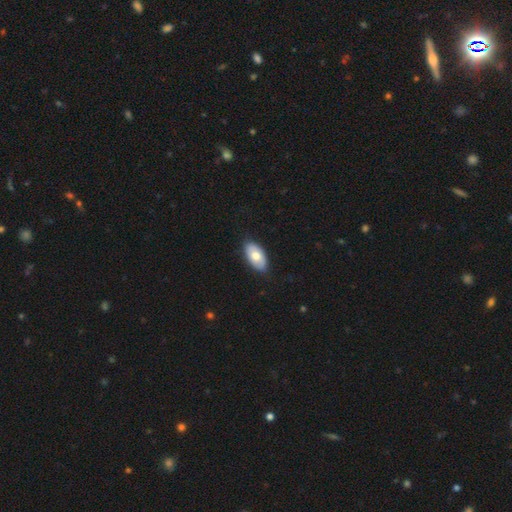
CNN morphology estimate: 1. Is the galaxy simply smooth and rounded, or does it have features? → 71% smooth, 23% featured or disk, 5% star or artifact.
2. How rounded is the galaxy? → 95% in between, 3% round, 2% cigar-shaped.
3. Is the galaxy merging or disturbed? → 86% none, 11% minor disturbance, 2% major disturbance, 1% merger.